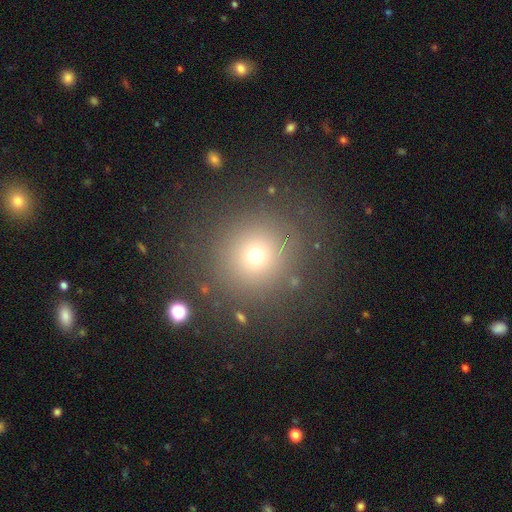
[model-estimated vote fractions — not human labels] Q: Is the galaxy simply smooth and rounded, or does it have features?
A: smooth — 68%.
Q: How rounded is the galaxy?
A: round — 93%.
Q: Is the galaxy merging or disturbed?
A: none — 83%.